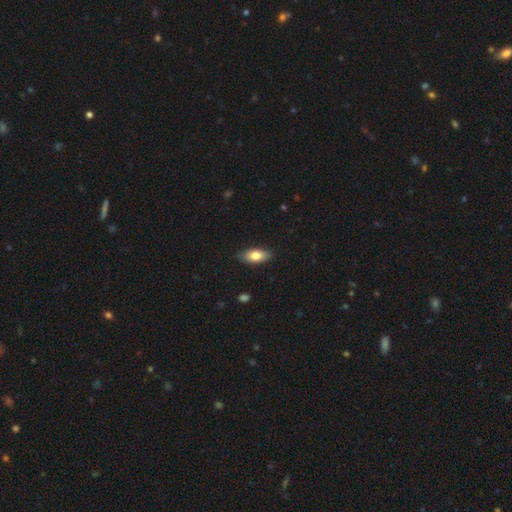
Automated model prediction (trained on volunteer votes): This is likely a smooth galaxy (75%). How rounded: clearly in between (82%). Merging: clearly none (86%).